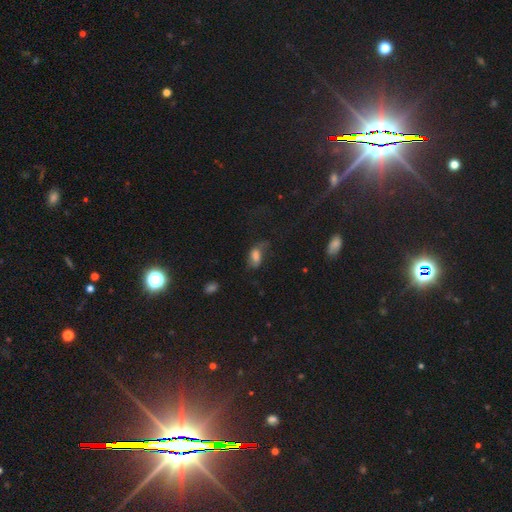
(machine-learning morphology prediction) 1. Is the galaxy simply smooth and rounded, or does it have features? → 66% smooth, 22% featured or disk, 13% star or artifact.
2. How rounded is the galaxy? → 88% in between, 7% round, 5% cigar-shaped.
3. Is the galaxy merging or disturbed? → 37% none, 32% major disturbance, 27% minor disturbance, 3% merger.